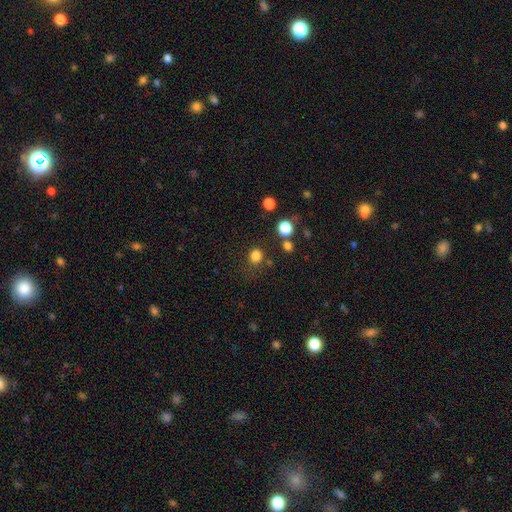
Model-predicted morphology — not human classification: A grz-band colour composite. It shows a smooth galaxy with no disk features (81%) that is round (71%). Merging: none (74%).